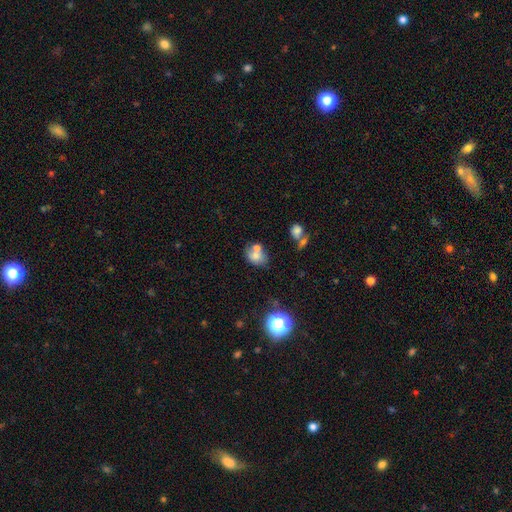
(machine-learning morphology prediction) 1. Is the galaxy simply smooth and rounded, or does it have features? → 69% smooth, 18% featured or disk, 13% star or artifact.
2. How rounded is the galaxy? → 61% in between, 38% round, 1% cigar-shaped.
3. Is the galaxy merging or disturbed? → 45% none, 35% merger, 15% minor disturbance, 6% major disturbance.